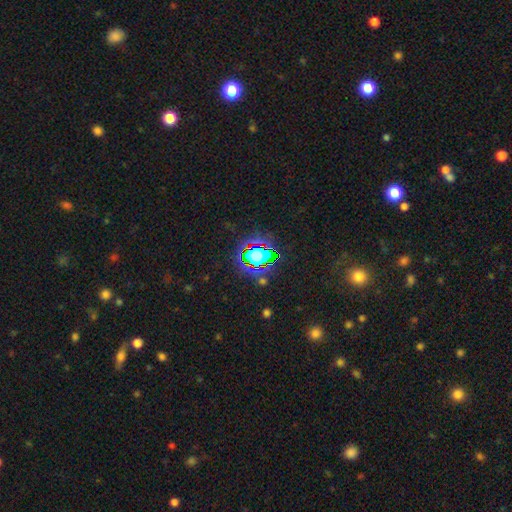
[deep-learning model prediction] This is possibly a star or artifact rather than a galaxy (59%).